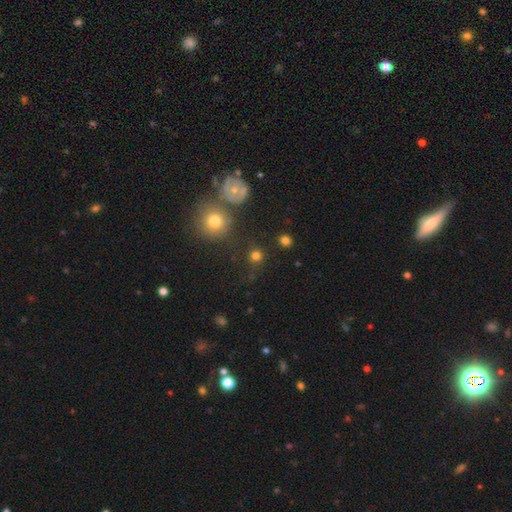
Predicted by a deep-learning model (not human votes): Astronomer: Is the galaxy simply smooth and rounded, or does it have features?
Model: smooth — 77%.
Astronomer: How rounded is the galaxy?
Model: round — 92%.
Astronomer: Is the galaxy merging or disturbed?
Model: none — 77%.